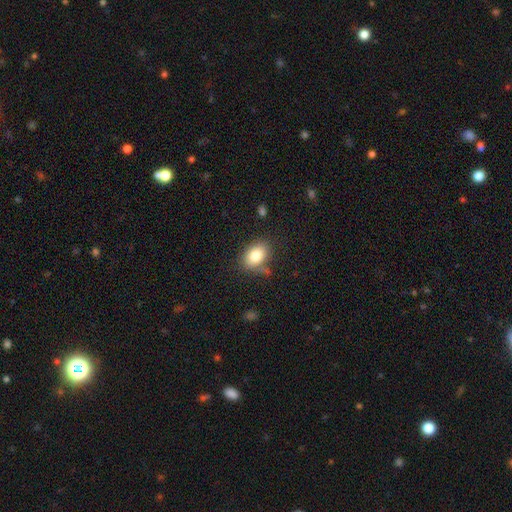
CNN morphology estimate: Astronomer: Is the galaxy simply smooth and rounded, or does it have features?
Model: smooth — 82%.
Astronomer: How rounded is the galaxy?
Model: in between — 82%.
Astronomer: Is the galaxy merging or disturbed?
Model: none — 72%.